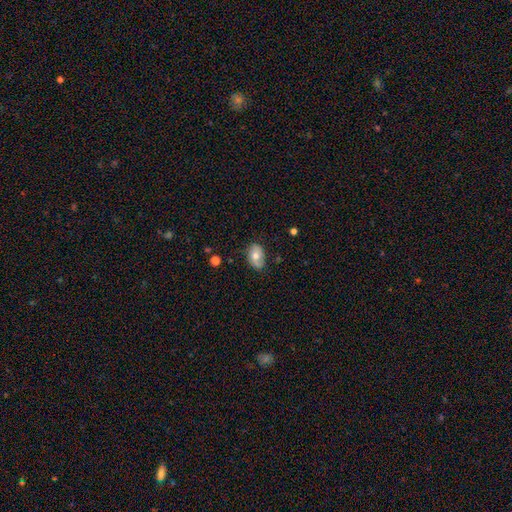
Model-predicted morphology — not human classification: Q: Smooth or featured?
A: smooth (62%); runner-up: featured or disk (30%)
Q: How rounded?
A: in between (83%); runner-up: round (16%)
Q: Merging?
A: none (72%); runner-up: minor disturbance (22%)